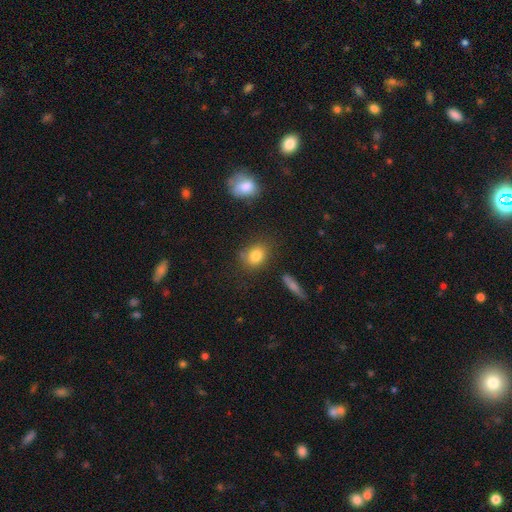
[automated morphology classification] smooth 81%, star or artifact 10%, featured or disk 9%. Down the decision tree: how rounded — in between (52%); merging — none (74%).